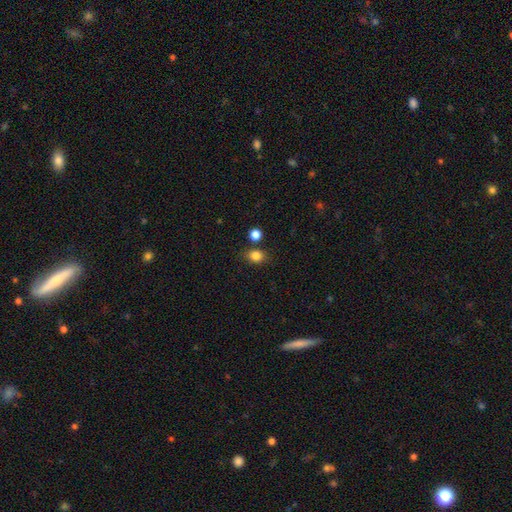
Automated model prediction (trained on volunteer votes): Smooth or featured? smooth (84%)
How rounded? round (55%)
Merging? none (75%)